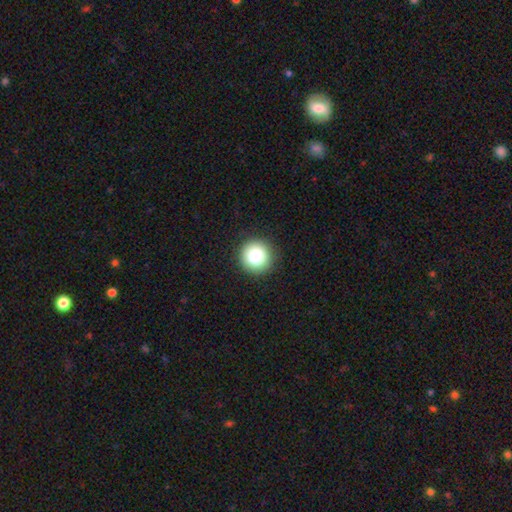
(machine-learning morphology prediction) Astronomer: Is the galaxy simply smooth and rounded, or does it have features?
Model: smooth — 82%.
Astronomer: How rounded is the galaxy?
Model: round — 95%.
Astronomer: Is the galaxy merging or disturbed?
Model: none — 92%.